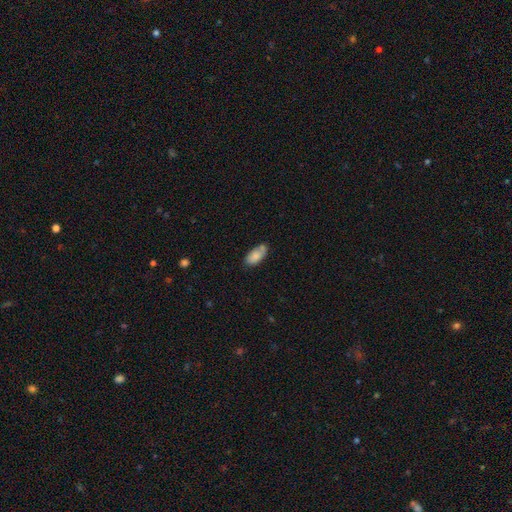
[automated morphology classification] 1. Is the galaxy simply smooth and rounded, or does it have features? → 80% smooth, 13% featured or disk, 7% star or artifact.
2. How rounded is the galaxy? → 91% in between, 6% cigar-shaped, 3% round.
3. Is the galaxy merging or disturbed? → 57% none, 24% minor disturbance, 14% merger, 5% major disturbance.